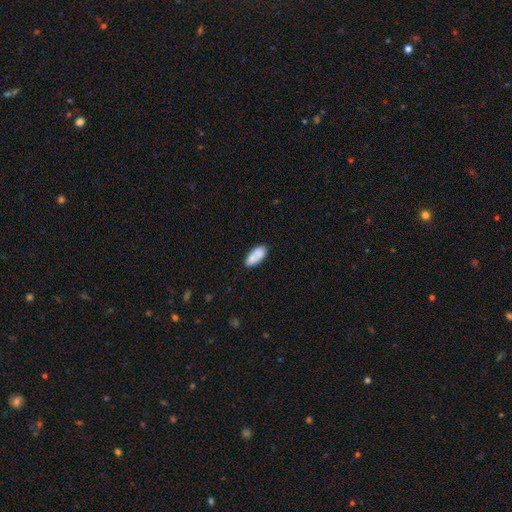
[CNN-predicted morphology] Smooth or featured? Predicted: smooth (p=0.79). How rounded? Predicted: in between (p=0.88). Merging? Predicted: none (p=0.61).